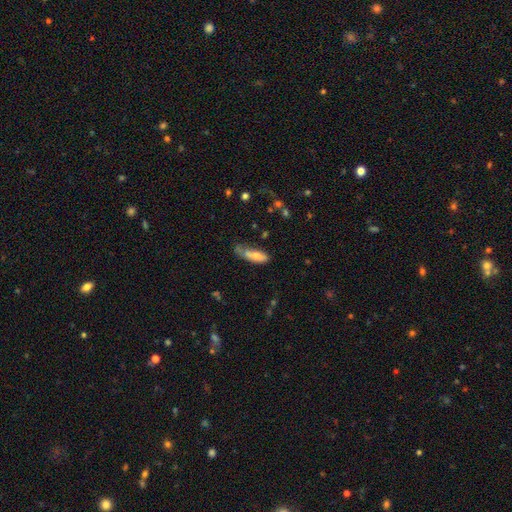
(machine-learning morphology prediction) Q: Smooth or featured?
A: smooth (72%); runner-up: featured or disk (21%)
Q: How rounded?
A: in between (54%); runner-up: cigar-shaped (44%)
Q: Merging?
A: minor disturbance (35%); runner-up: none (34%)